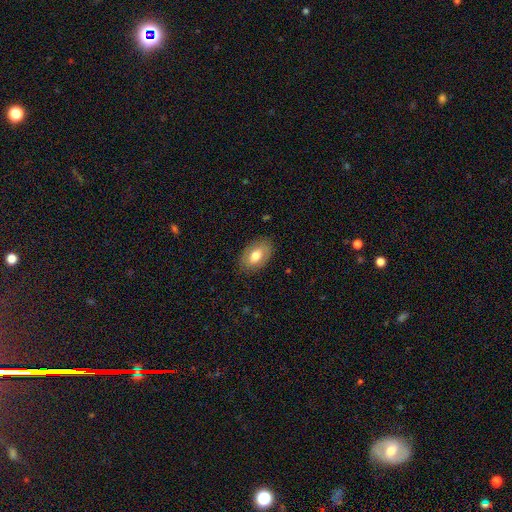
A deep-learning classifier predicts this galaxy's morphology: Overall: smooth (72%). How rounded: in between (89%). Merging: none (84%).